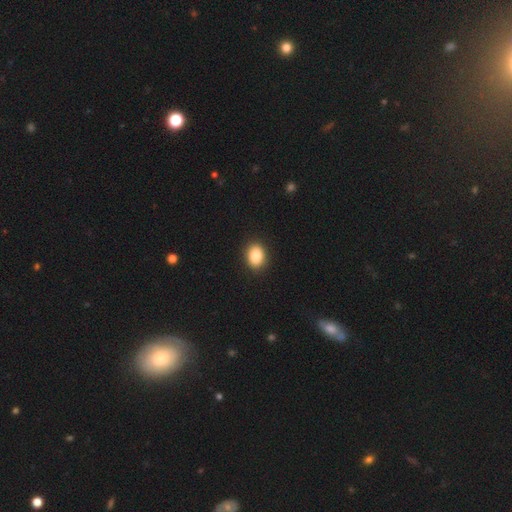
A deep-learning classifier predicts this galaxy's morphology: Q: Smooth or featured?
A: smooth (85%); runner-up: star or artifact (8%)
Q: How rounded?
A: in between (60%); runner-up: round (39%)
Q: Merging?
A: none (91%); runner-up: minor disturbance (6%)